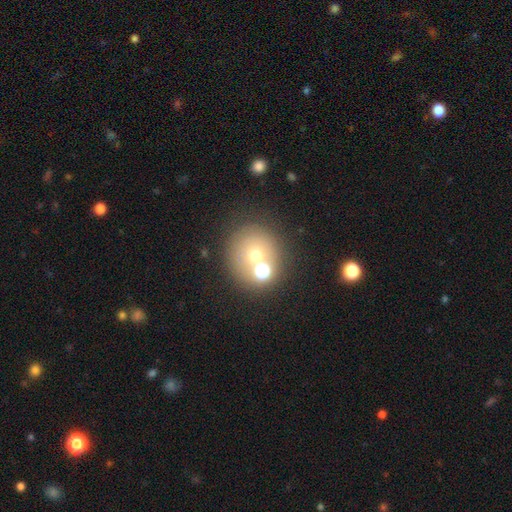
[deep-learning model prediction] smooth_or_featured: smooth (p=0.59) [alt: featured or disk p=0.23]
how_rounded: round (p=0.88) [alt: in between p=0.11]
merging: none (p=0.58) [alt: merger p=0.27]